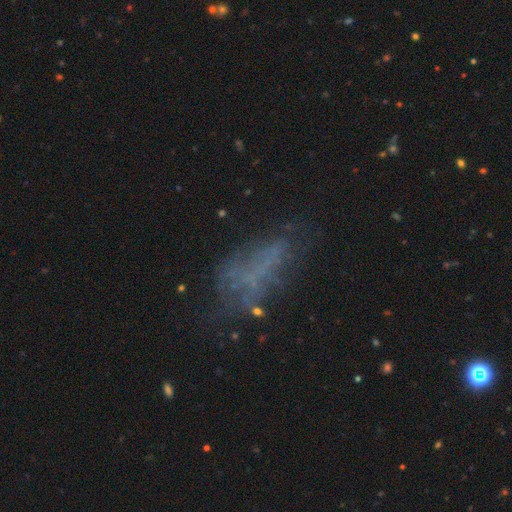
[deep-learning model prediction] This appears to be a featured or disk galaxy (39%). Merging: none (45%).